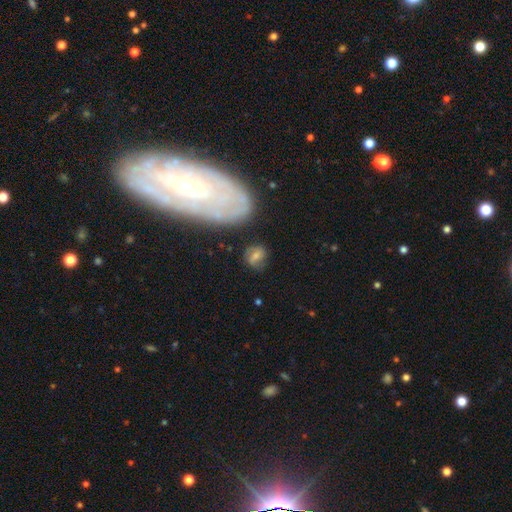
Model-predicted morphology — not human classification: smooth_or_featured: featured or disk (p=0.47) [alt: smooth p=0.42]
merging: none (p=0.68) [alt: minor disturbance p=0.19]